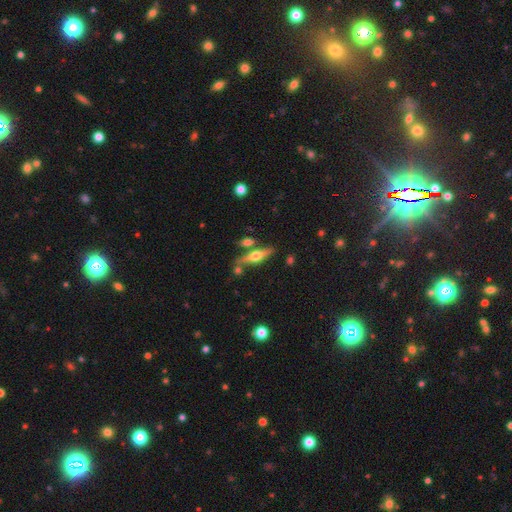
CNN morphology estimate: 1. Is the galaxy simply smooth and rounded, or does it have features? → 67% featured or disk, 27% smooth, 7% star or artifact.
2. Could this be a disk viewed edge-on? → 96% yes, 4% no.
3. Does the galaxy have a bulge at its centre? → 94% rounded, 4% boxy, 2% none.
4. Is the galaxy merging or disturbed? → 74% none, 12% merger, 11% minor disturbance, 3% major disturbance.